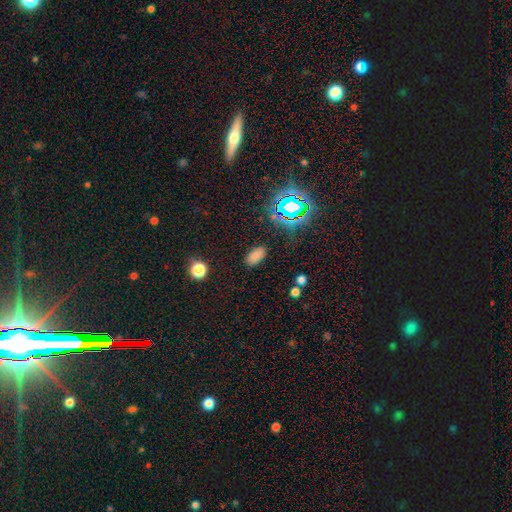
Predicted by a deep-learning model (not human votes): Q: Smooth or featured?
A: smooth (76%); runner-up: star or artifact (19%)
Q: How rounded?
A: in between (92%); runner-up: round (5%)
Q: Merging?
A: none (86%); runner-up: minor disturbance (9%)